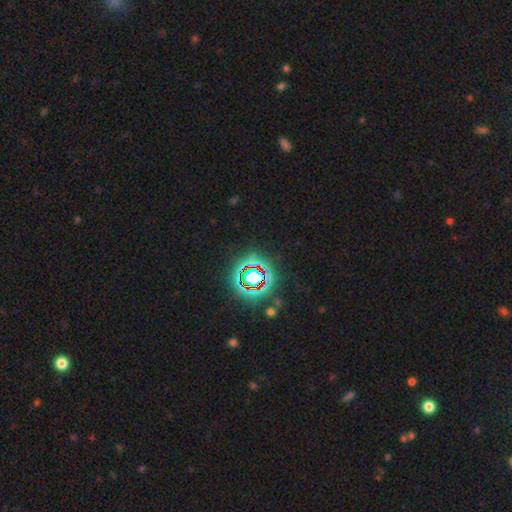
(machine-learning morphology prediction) Smooth or featured: star or artifact — 73% (smooth — 15%)